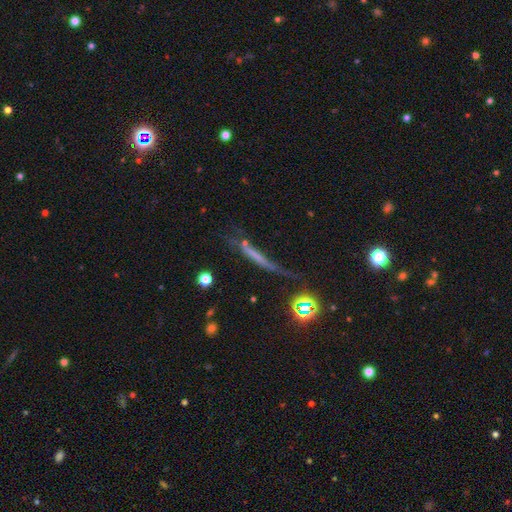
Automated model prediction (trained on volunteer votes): smooth_or_featured: smooth (p=0.42) [alt: featured or disk p=0.39]
merging: none (p=0.47) [alt: minor disturbance p=0.23]